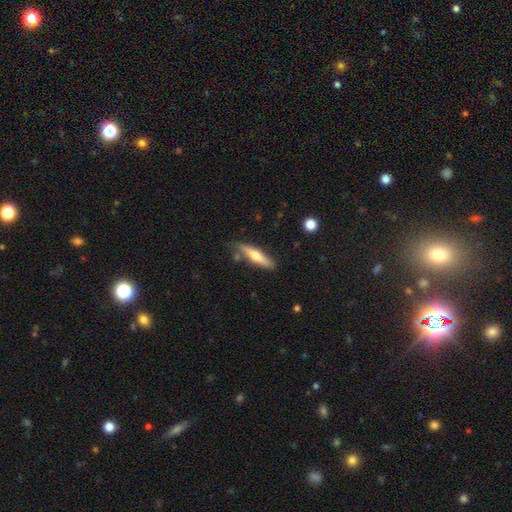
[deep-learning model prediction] The model was most divided on "smooth or featured": smooth: 54%, featured or disk: 40%, star or artifact: 6%. More confident: how rounded — cigar-shaped (79%); merging — none (77%).